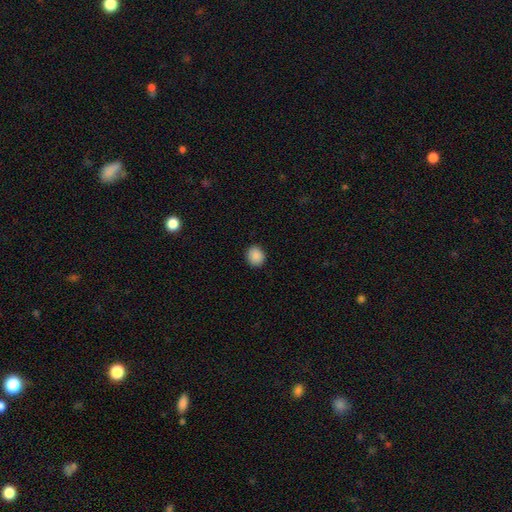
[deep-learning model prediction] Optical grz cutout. It shows a smooth galaxy with no disk features (89%) that is round (75%). Merging: none (91%).